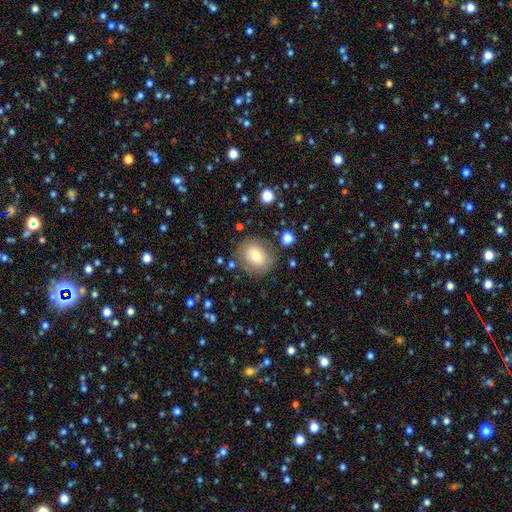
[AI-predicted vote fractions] This is likely a smooth galaxy (68%). How rounded: likely round (68%). Merging: likely none (78%).